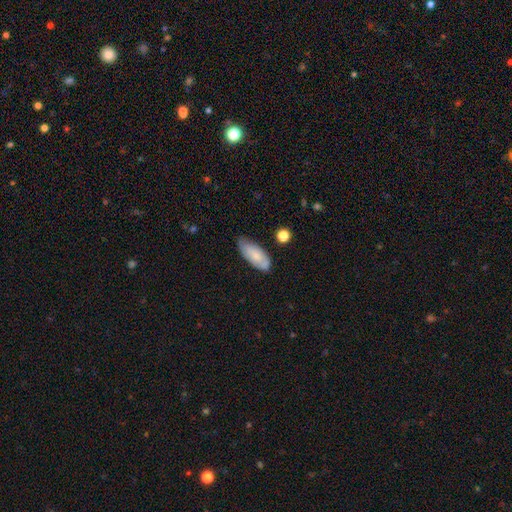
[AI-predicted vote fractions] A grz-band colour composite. It shows a smooth galaxy with no disk features (73%) that is in between round and cigar-shaped (84%). Merging: none (63%).